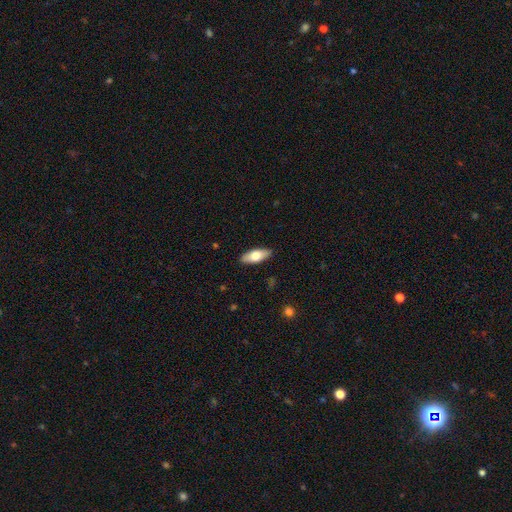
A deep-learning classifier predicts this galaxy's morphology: Q: Smooth or featured?
A: smooth (71%); runner-up: featured or disk (23%)
Q: How rounded?
A: in between (76%); runner-up: cigar-shaped (22%)
Q: Merging?
A: none (89%); runner-up: minor disturbance (8%)